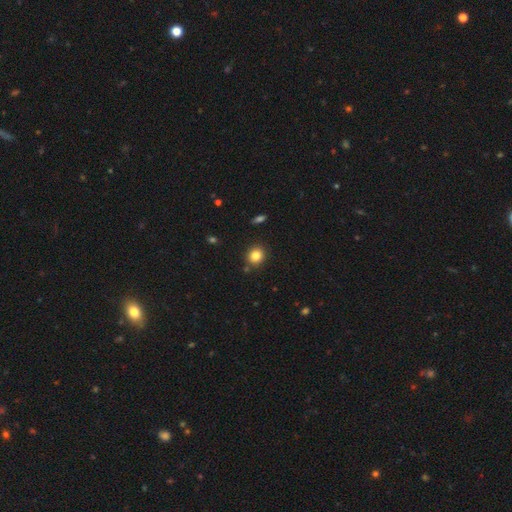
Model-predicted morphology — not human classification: smooth-or-featured: smooth: 83% | star or artifact: 11% | featured or disk: 6%
  how-rounded: round: 83% | in between: 16% | cigar-shaped: 1%
  merging: none: 86% | minor disturbance: 8% | merger: 4% | major disturbance: 2%